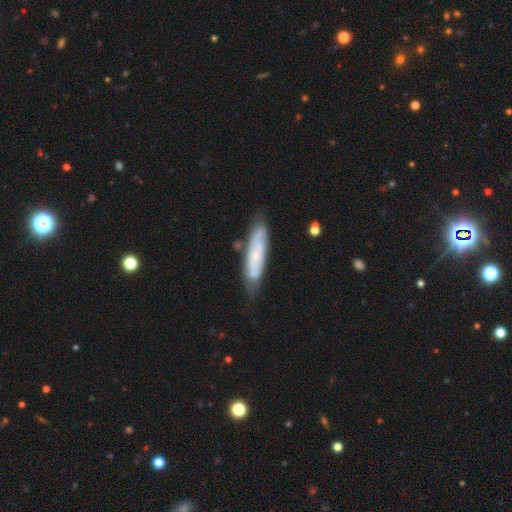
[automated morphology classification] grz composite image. It shows a featured or disk galaxy (55%). Merging: none (68%).